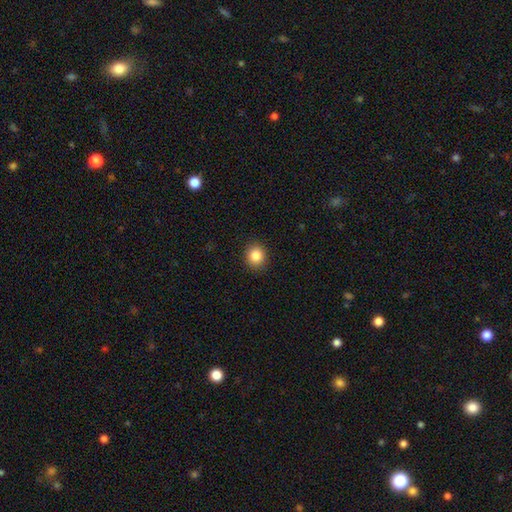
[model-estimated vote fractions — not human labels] A smooth galaxy with no disk features (86%) that is round (81%).

Vote fractions:
- Smooth or featured? smooth: 86% / star or artifact: 10% / featured or disk: 4%
- How rounded? round: 81% / in between: 18% / cigar-shaped: 1%
- Merging? none: 91% / minor disturbance: 6% / major disturbance: 2% / merger: 1%